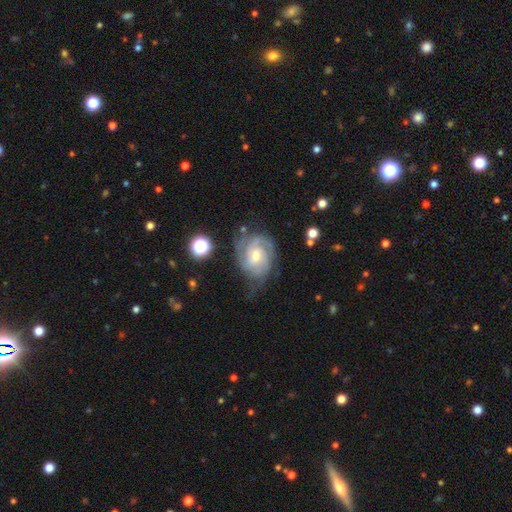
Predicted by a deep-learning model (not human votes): Smooth or featured? Predicted: featured or disk (p=0.85). Edge-on disk? Predicted: no (p=0.97). Bar? Predicted: no (p=0.58). Spiral arms? Predicted: yes (p=0.96). Spiral winding? Predicted: tight (p=0.62). Spiral arm count? Predicted: 3 (p=0.33). Bulge size? Predicted: moderate (p=0.53). Merging? Predicted: none (p=0.62).